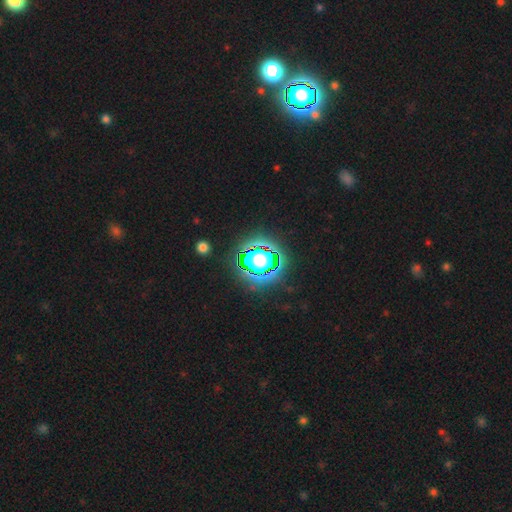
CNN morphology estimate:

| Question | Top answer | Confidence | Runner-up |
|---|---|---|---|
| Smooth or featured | star or artifact | 61% | smooth (25%) |